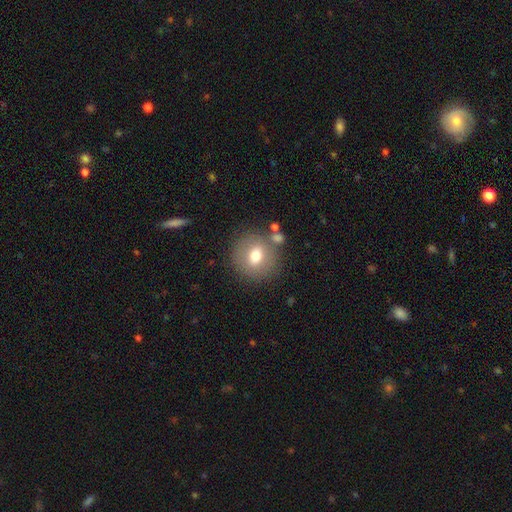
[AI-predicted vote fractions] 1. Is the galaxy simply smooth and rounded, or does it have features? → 69% smooth, 22% featured or disk, 9% star or artifact.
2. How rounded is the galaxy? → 84% round, 15% in between, 1% cigar-shaped.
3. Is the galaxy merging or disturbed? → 77% none, 11% minor disturbance, 7% merger, 4% major disturbance.